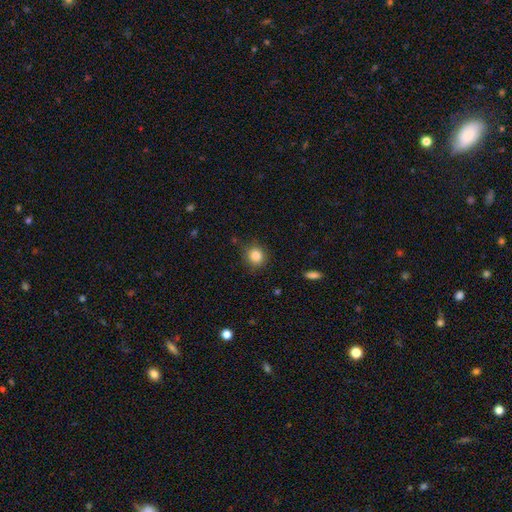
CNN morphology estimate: A smooth galaxy with no disk features (85%) that is round (85%).

Vote fractions:
- Smooth or featured? smooth: 85% / star or artifact: 10% / featured or disk: 5%
- How rounded? round: 85% / in between: 14% / cigar-shaped: 1%
- Merging? none: 86% / minor disturbance: 10% / major disturbance: 3% / merger: 1%